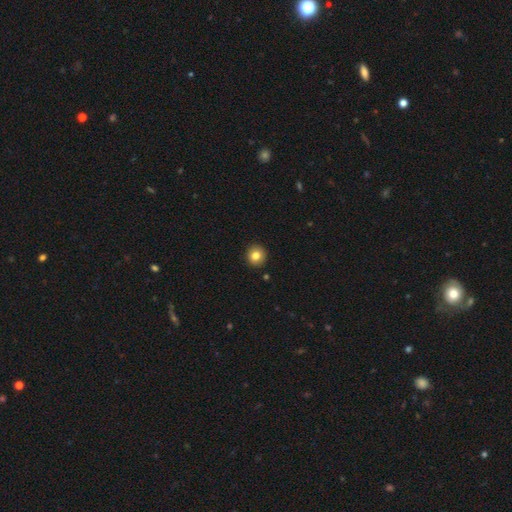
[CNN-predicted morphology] Smooth or featured?
  - smooth: 82% *
  - star or artifact: 10%
  - featured or disk: 8%
How rounded?
  - round: 93% *
  - in between: 6%
  - cigar-shaped: 1%
Merging?
  - none: 93% *
  - minor disturbance: 5%
  - major disturbance: 1%
  - merger: 1%